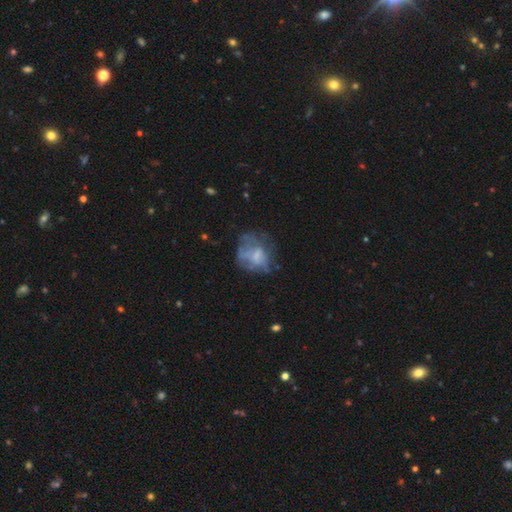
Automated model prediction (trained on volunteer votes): Q: Smooth or featured?
A: featured or disk (49%); runner-up: smooth (39%)
Q: Merging?
A: none (46%); runner-up: major disturbance (28%)